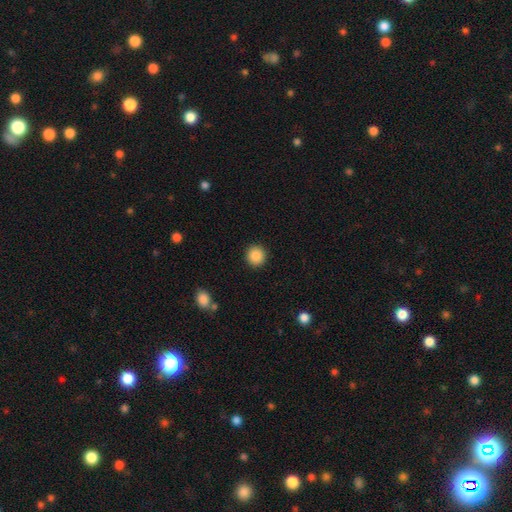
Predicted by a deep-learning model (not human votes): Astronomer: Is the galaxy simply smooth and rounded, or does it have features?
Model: smooth — 88%.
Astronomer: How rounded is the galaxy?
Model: round — 92%.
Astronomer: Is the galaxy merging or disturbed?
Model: none — 92%.